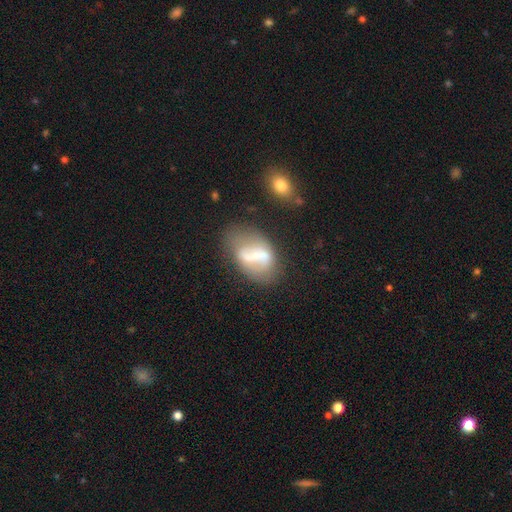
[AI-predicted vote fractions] Smooth or featured?
  - featured or disk: 59% *
  - smooth: 32%
  - star or artifact: 8%
Edge-on disk?
  - no: 94% *
  - yes: 6%
Bar?
  - strong: 48% *
  - weak: 31%
  - no: 21%
Spiral arms?
  - no: 61% *
  - yes: 39%
Bulge size?
  - small: 48% *
  - moderate: 29%
  - none: 15%
  - large: 6%
  - dominant: 2%
Merging?
  - none: 53% *
  - minor disturbance: 22%
  - major disturbance: 15%
  - merger: 10%